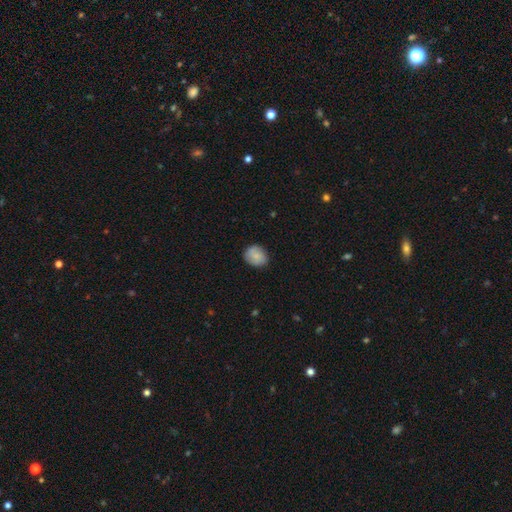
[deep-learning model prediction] A smooth galaxy with no disk features (76%) that is round (66%).

Vote fractions:
- Smooth or featured? smooth: 76% / featured or disk: 16% / star or artifact: 7%
- How rounded? round: 66% / in between: 33% / cigar-shaped: 1%
- Merging? none: 79% / minor disturbance: 17% / major disturbance: 3% / merger: 1%